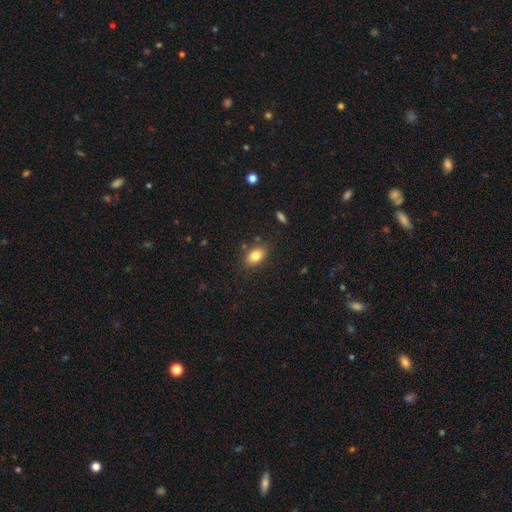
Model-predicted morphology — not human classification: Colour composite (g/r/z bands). It shows a smooth galaxy with no disk features (81%) that is in between round and cigar-shaped (82%). Merging: none (83%).